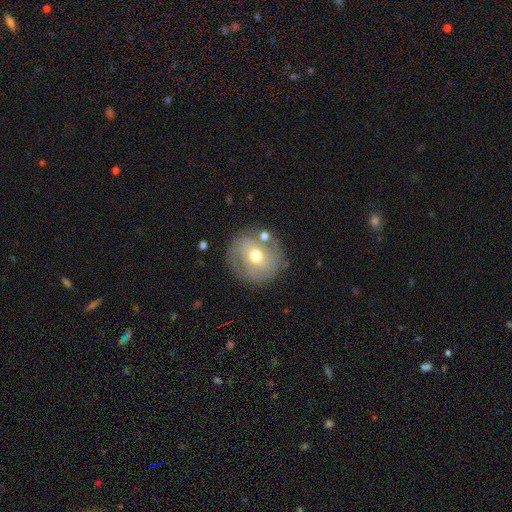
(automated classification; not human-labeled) Smooth or featured: featured or disk — 49% (smooth — 42%)
Merging: none — 75% (minor disturbance — 14%)